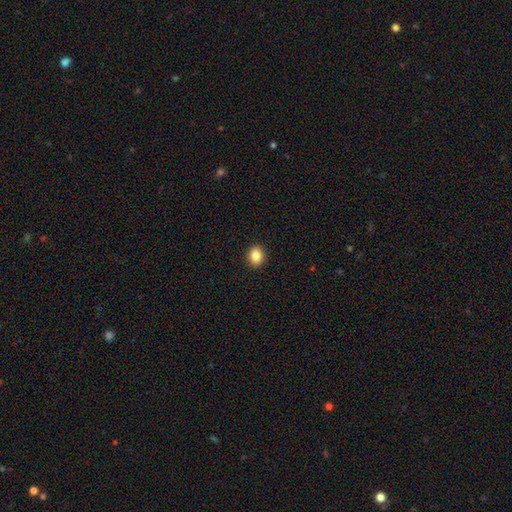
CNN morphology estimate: This appears to be a smooth galaxy with no disk features (87%) that is round (60%). Merging: none (92%).